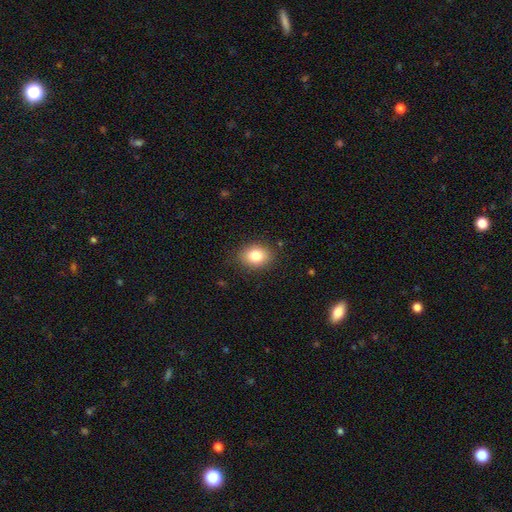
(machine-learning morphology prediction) smooth_or_featured: smooth (p=0.82) [alt: star or artifact p=0.10]
how_rounded: in between (p=0.52) [alt: round p=0.47]
merging: none (p=0.86) [alt: minor disturbance p=0.10]